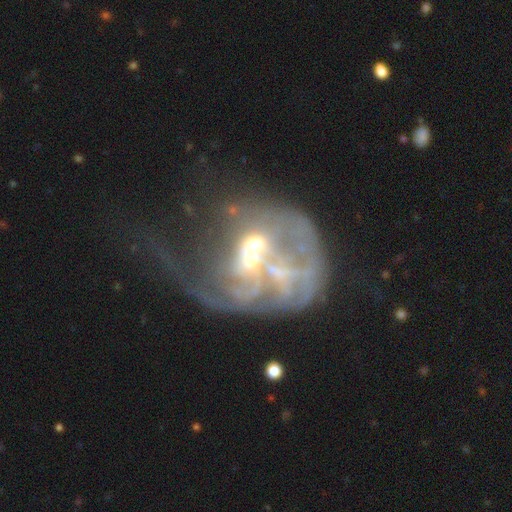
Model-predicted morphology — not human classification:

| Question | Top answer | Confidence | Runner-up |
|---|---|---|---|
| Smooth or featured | featured or disk | 73% | smooth (14%) |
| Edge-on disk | no | 97% | yes (3%) |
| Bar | no | 73% | weak (20%) |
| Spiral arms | yes | 50% | tied: no (50%) |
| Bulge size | moderate | 38% | small (34%) |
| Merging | merger | 45% | major disturbance (34%) |